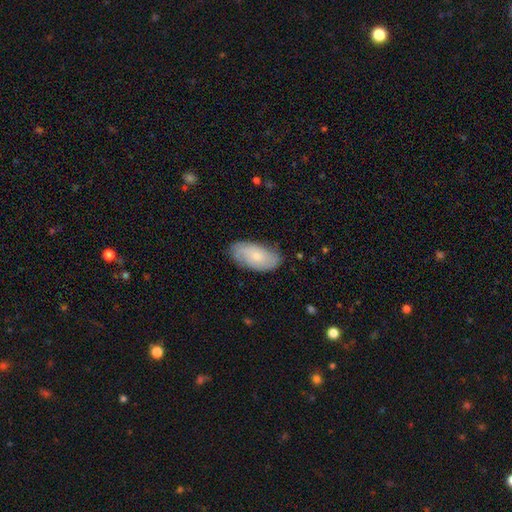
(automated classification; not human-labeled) Morphology: type=featured or disk (47%); merging=none (77%).